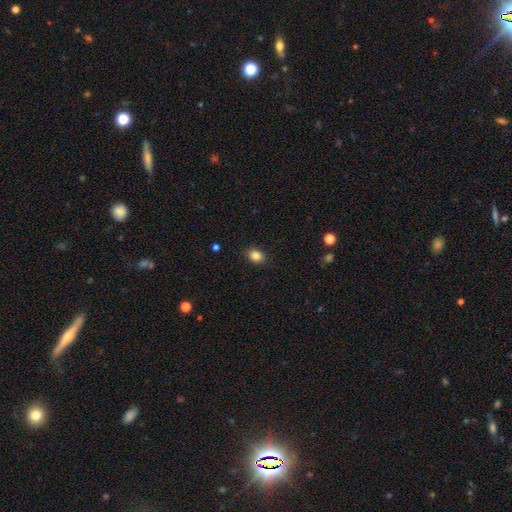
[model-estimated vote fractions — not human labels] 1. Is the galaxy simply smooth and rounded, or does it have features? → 86% smooth, 10% star or artifact, 5% featured or disk.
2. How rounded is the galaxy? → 59% in between, 40% round, 1% cigar-shaped.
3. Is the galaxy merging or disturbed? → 89% none, 8% minor disturbance, 2% major disturbance, 1% merger.